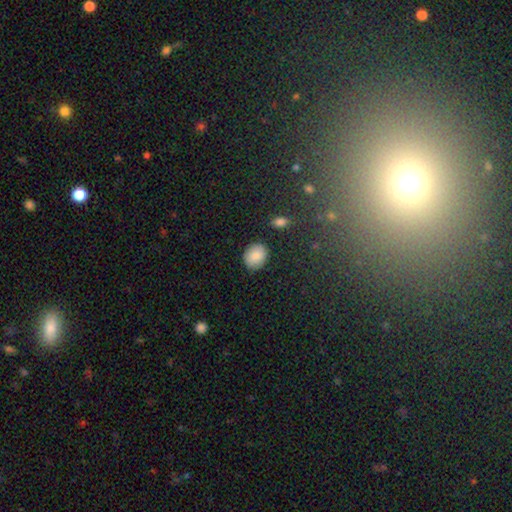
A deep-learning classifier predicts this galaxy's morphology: Smooth or featured?
  - smooth: 87% *
  - star or artifact: 7%
  - featured or disk: 6%
How rounded?
  - round: 51% *
  - in between: 48%
  - cigar-shaped: 1%
Merging?
  - none: 84% *
  - minor disturbance: 11%
  - major disturbance: 3%
  - merger: 2%